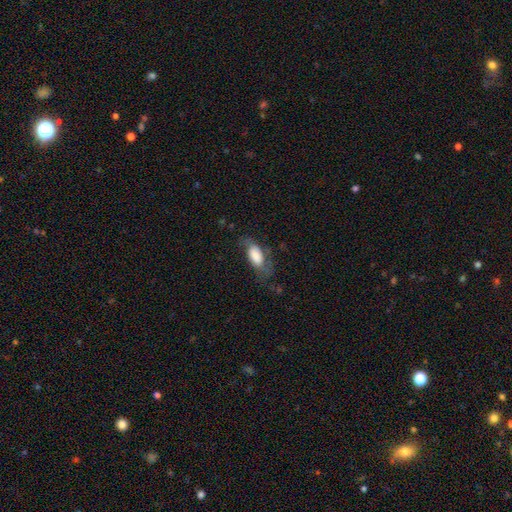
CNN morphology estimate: Overall: smooth (70%). How rounded: in between (86%). Merging: none (46%; minor disturbance 28%).